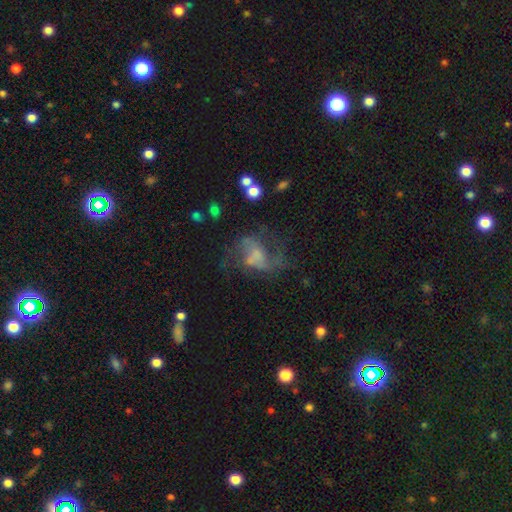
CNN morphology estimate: Overall: featured or disk (64%). Edge-on disk: no (97%). Bar: no (61%; weak 31%). Spiral arms: yes (70%; no 30%). Bulge size: none (42%; small 29%). Merging: none (39%; major disturbance 35%).